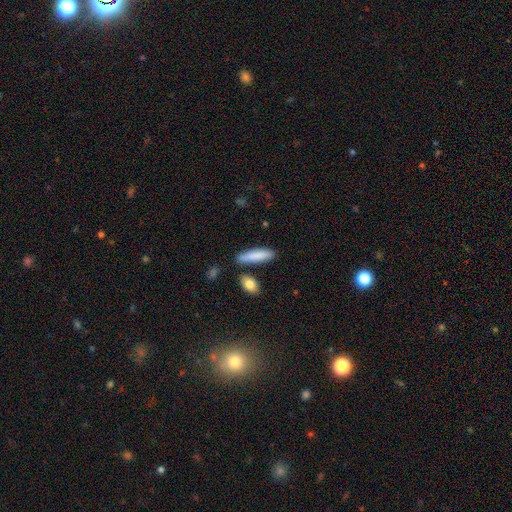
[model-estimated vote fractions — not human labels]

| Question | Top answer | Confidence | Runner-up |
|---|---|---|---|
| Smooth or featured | smooth | 85% | featured or disk (10%) |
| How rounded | cigar-shaped | 73% | in between (25%) |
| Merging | none | 79% | minor disturbance (12%) |